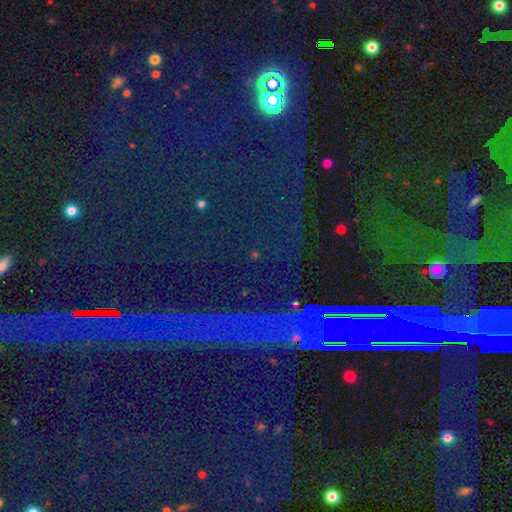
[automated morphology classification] star or artifact 86%, smooth 7%, featured or disk 6%.